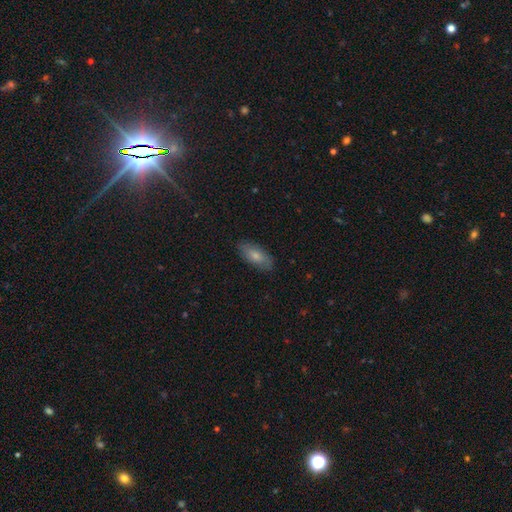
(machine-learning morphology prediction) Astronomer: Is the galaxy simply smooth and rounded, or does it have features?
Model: smooth — 74%.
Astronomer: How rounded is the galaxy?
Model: in between — 85%.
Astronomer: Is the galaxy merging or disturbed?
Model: none — 83%.